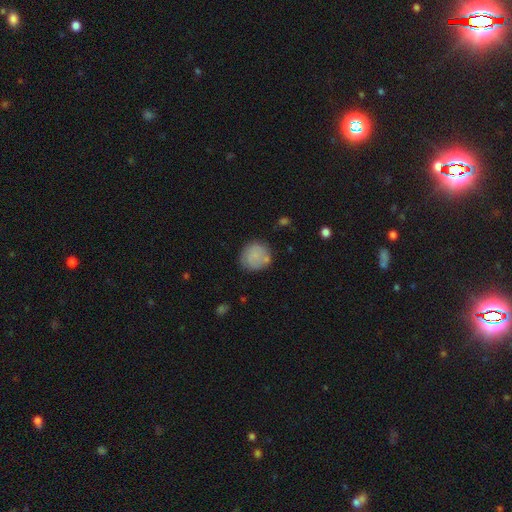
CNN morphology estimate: This is likely a smooth galaxy (76%). How rounded: clearly round (89%). Merging: likely none (70%).